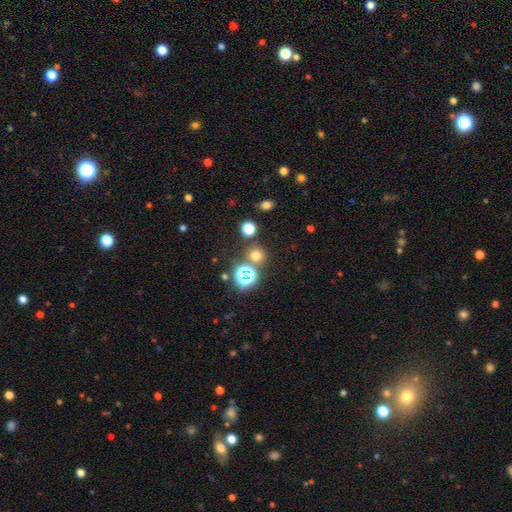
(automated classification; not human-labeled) Smooth or featured? smooth (61%)
How rounded? round (87%)
Merging? none (77%)